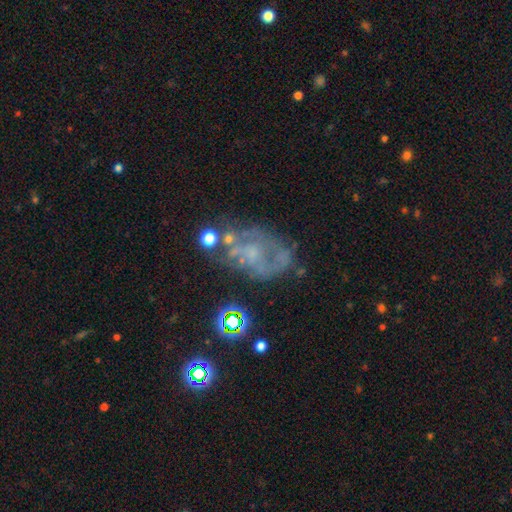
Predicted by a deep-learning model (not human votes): Smooth or featured: featured or disk — 64% (smooth — 19%)
Edge-on disk: no — 97% (yes — 3%)
Bar: no — 79% (weak — 18%)
Spiral arms: no — 52% (yes — 48%)
Bulge size: none — 45% (small — 34%)
Merging: none — 42% (major disturbance — 27%)